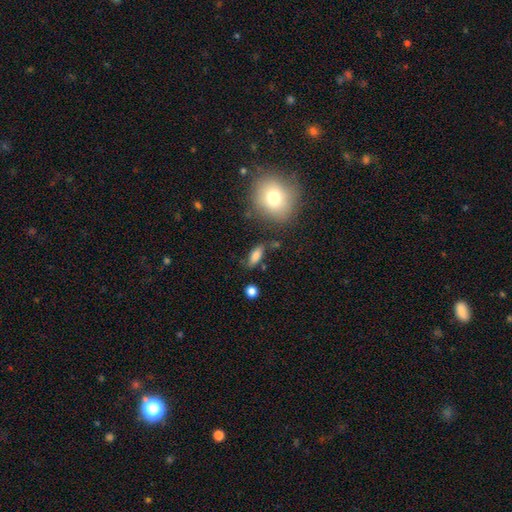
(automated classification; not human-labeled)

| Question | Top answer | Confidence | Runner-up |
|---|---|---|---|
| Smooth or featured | smooth | 78% | featured or disk (13%) |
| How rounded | in between | 69% | cigar-shaped (26%) |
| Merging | none | 74% | minor disturbance (16%) |